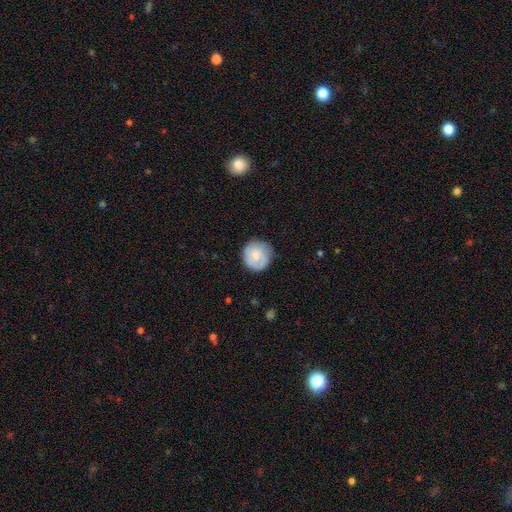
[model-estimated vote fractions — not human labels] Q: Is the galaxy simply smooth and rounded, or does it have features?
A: smooth — 68%.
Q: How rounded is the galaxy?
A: round — 93%.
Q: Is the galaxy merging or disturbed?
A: none — 80%.